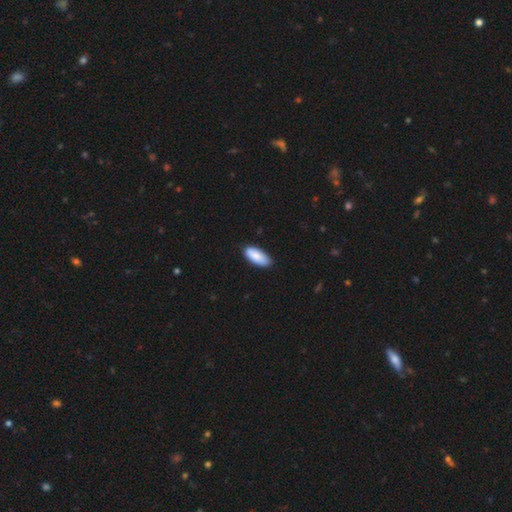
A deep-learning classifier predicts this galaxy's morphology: Smooth or featured? smooth (87%)
How rounded? in between (85%)
Merging? none (81%)